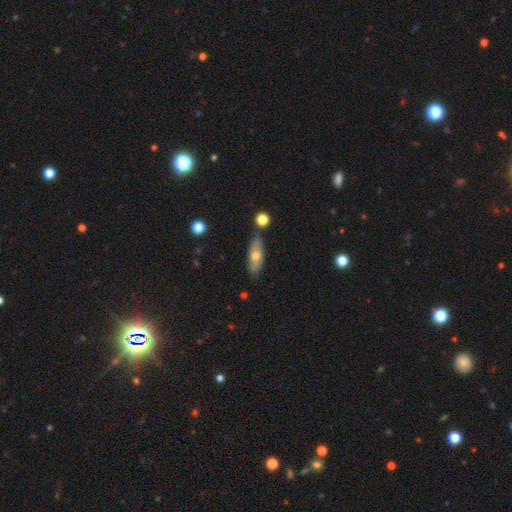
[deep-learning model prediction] Smooth or featured: smooth — 62% (featured or disk — 31%)
How rounded: in between — 63% (cigar-shaped — 33%)
Merging: none — 79% (minor disturbance — 13%)